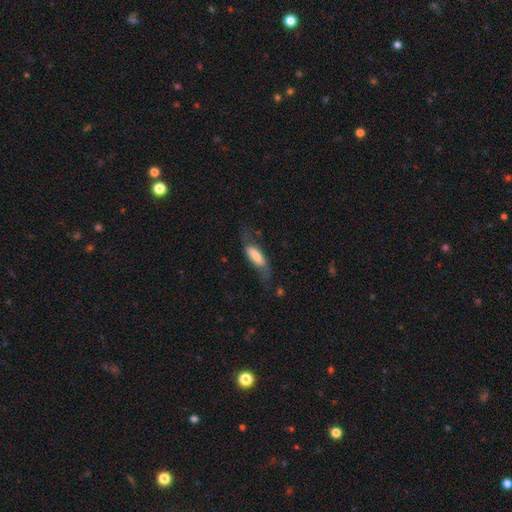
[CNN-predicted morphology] Q: Smooth or featured?
A: smooth (58%); runner-up: featured or disk (36%)
Q: How rounded?
A: in between (57%); runner-up: cigar-shaped (40%)
Q: Merging?
A: none (48%); runner-up: minor disturbance (26%)